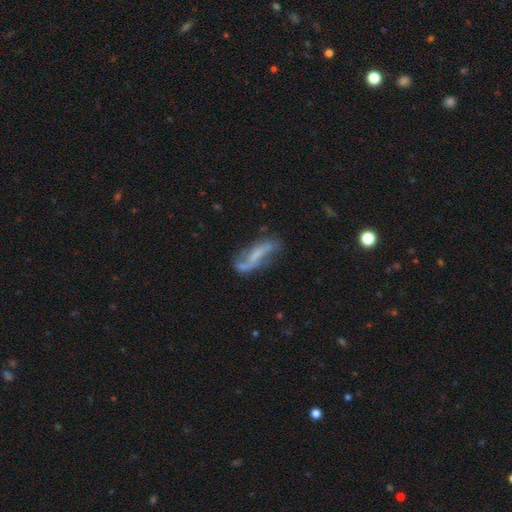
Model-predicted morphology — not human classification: Smooth or featured? Predicted: featured or disk (p=0.66). Edge-on disk? Predicted: no (p=0.83). Bar? Predicted: no (p=0.35). Spiral arms? Predicted: yes (p=0.78). Bulge size? Predicted: none (p=0.47). Merging? Predicted: none (p=0.52).